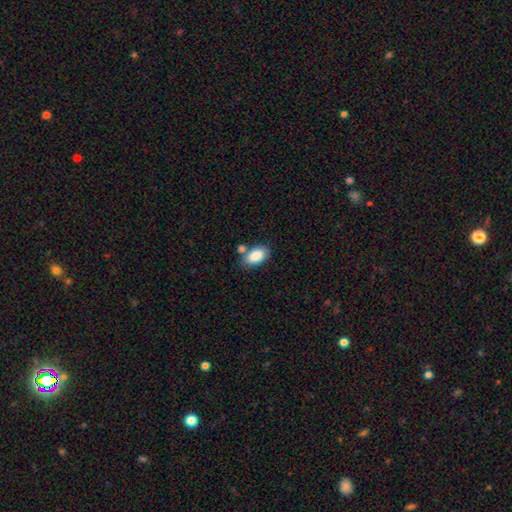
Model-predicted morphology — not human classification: Smooth or featured: smooth — 87% (star or artifact — 7%)
How rounded: in between — 92% (round — 6%)
Merging: none — 64% (merger — 18%)